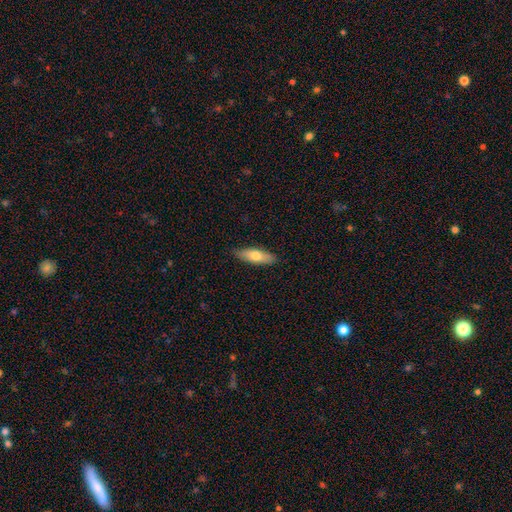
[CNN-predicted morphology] This is likely a smooth galaxy (67%). How rounded: possibly in between (58%). Merging: clearly none (86%).